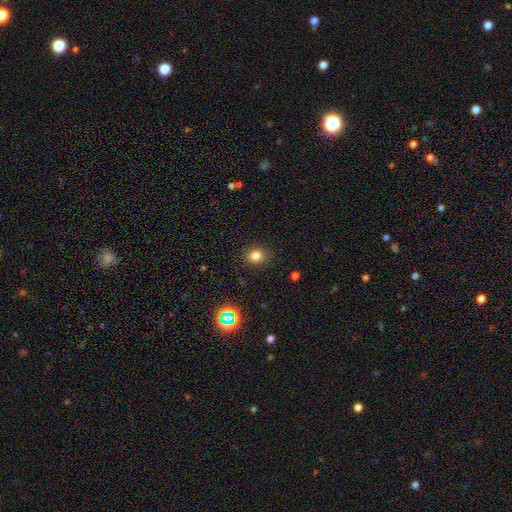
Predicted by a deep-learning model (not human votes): Smooth or featured: smooth — 79% (star or artifact — 15%)
How rounded: round — 61% (in between — 38%)
Merging: none — 88% (minor disturbance — 8%)